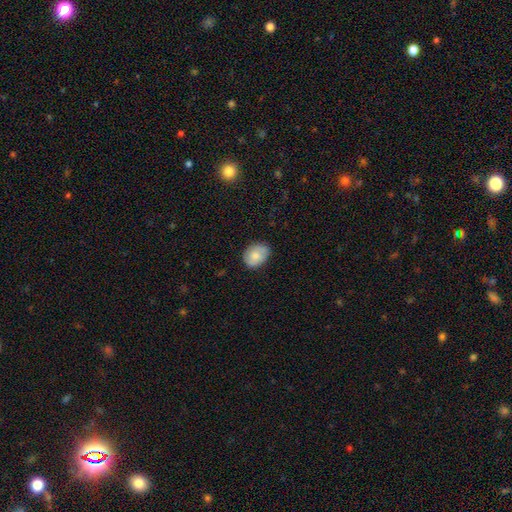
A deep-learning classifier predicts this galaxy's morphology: smooth-or-featured: smooth: 75% | featured or disk: 18% | star or artifact: 7%
  how-rounded: in between: 59% | round: 40% | cigar-shaped: 1%
  merging: none: 77% | minor disturbance: 19% | major disturbance: 3% | merger: 1%